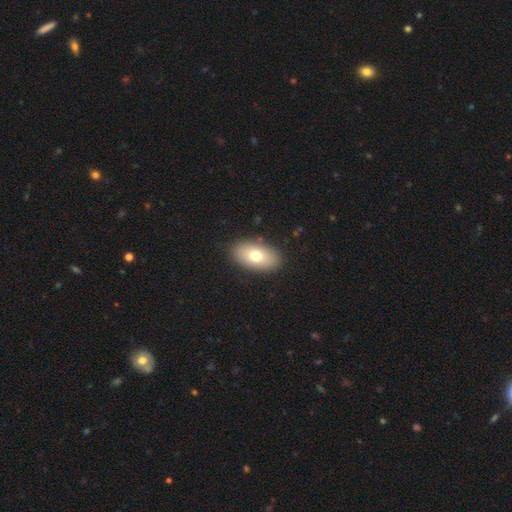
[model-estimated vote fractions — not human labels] This is likely a smooth galaxy (74%). How rounded: clearly in between (92%). Merging: clearly none (88%).